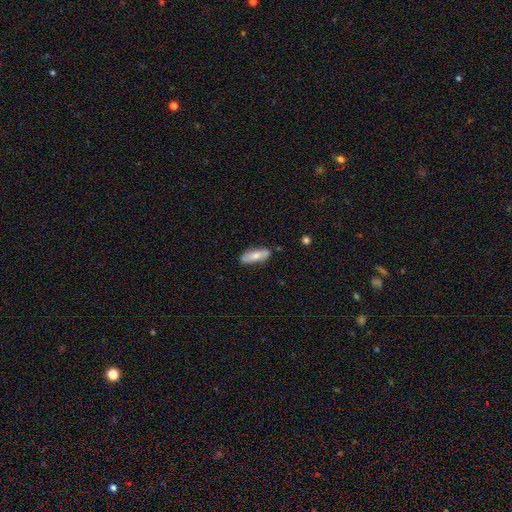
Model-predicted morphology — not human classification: This appears to be a smooth galaxy with no disk features (71%) that is in between round and cigar-shaped (60%). Merging: none (83%).